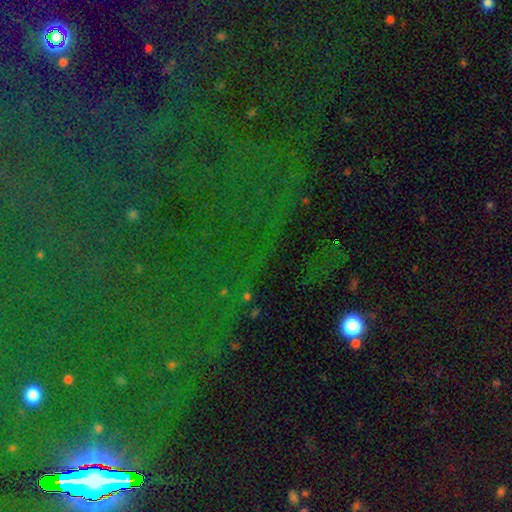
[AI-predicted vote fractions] Morphology: type=star or artifact (80%).